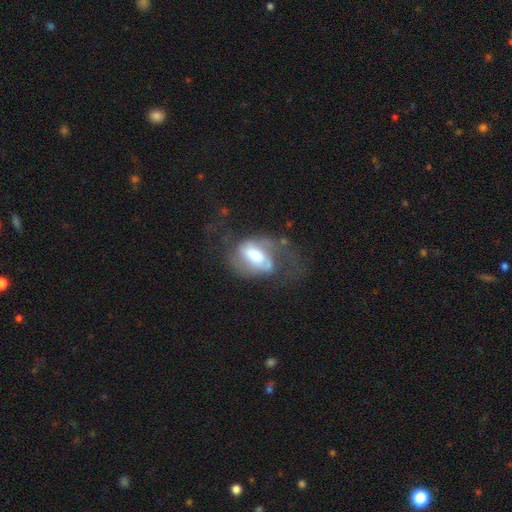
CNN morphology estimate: This is likely a featured or disk galaxy (61%). It is clearly not viewed edge-on (93%). Bar: marginally weak (37%). Spiral arm pattern: likely yes (67%). Central bulge: likely moderate (61%). Merging: marginally major disturbance (40%).